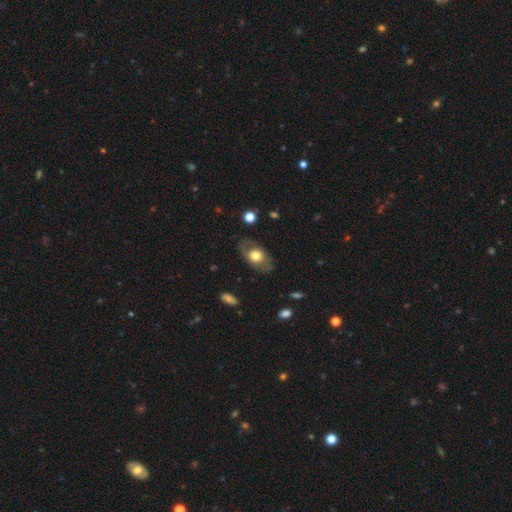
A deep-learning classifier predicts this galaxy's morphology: Smooth or featured? Predicted: smooth (p=0.51). How rounded? Predicted: in between (p=0.77). Merging? Predicted: none (p=0.74).